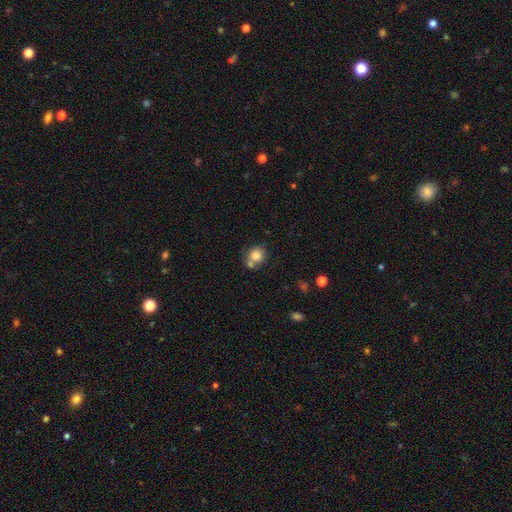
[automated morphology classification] Smooth or featured: smooth — 81% (star or artifact — 10%)
How rounded: round — 80% (in between — 19%)
Merging: none — 55% (merger — 29%)